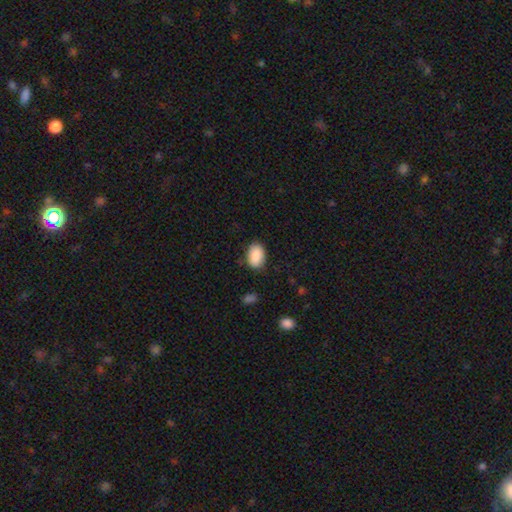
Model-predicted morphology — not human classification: type=smooth (90%); roundness=in between (88%); merging=none (82%).